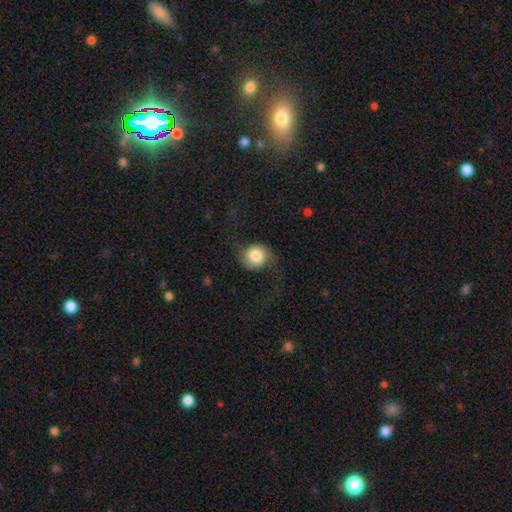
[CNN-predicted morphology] Smooth or featured: smooth — 58% (featured or disk — 34%)
How rounded: round — 83% (in between — 16%)
Merging: none — 65% (major disturbance — 17%)